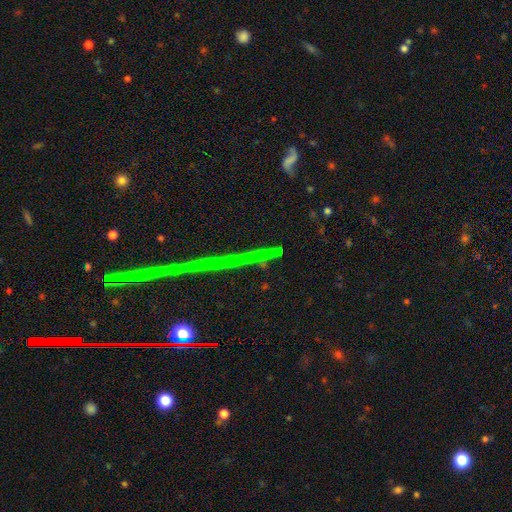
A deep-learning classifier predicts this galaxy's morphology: A star or artifact, not a galaxy (77%).